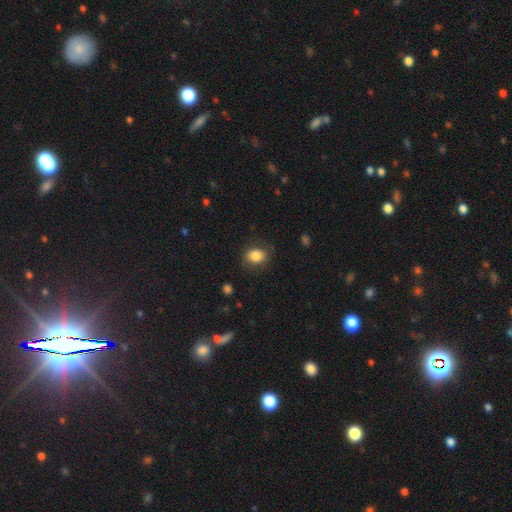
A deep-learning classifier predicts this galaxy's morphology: A smooth galaxy with no disk features (83%) that is round (50%).

Vote fractions:
- Smooth or featured? smooth: 83% / star or artifact: 9% / featured or disk: 8%
- How rounded? round: 50% / in between: 49% / cigar-shaped: 1%
- Merging? none: 79% / minor disturbance: 15% / major disturbance: 5% / merger: 1%